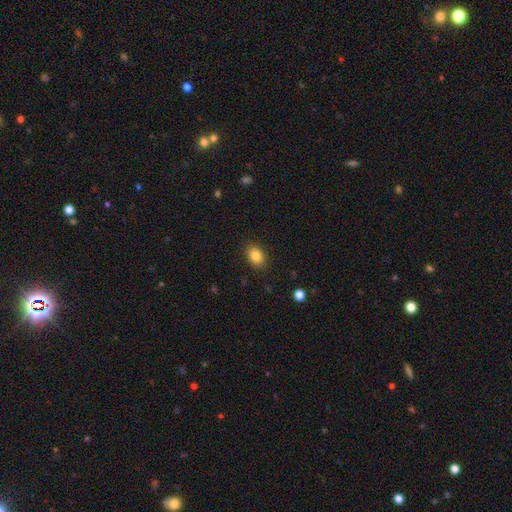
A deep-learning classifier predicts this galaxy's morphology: A smooth galaxy with no disk features (85%) that is in between round and cigar-shaped (73%).

Vote fractions:
- Smooth or featured? smooth: 85% / star or artifact: 9% / featured or disk: 6%
- How rounded? in between: 73% / round: 25% / cigar-shaped: 1%
- Merging? none: 87% / minor disturbance: 9% / major disturbance: 2% / merger: 1%